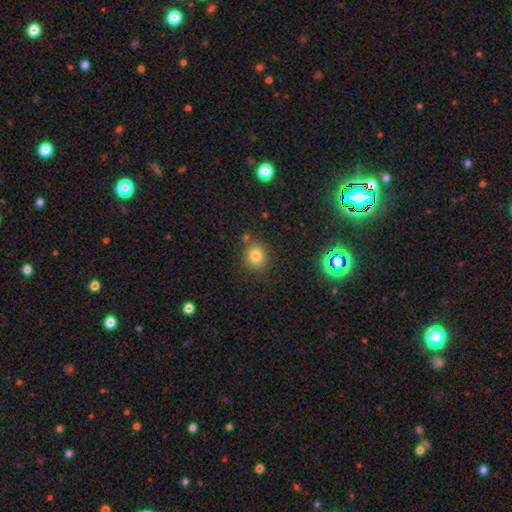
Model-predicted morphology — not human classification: A smooth galaxy with no disk features (79%) that is round (80%).

Vote fractions:
- Smooth or featured? smooth: 79% / star or artifact: 15% / featured or disk: 7%
- How rounded? round: 80% / in between: 19% / cigar-shaped: 1%
- Merging? none: 79% / minor disturbance: 11% / merger: 6% / major disturbance: 3%